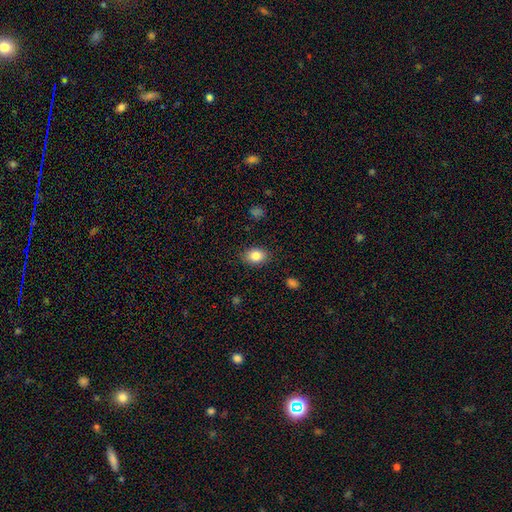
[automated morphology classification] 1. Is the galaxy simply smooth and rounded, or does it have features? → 84% smooth, 8% star or artifact, 7% featured or disk.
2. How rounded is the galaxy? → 76% in between, 23% round, 1% cigar-shaped.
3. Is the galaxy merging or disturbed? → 86% none, 10% minor disturbance, 3% major disturbance, 1% merger.